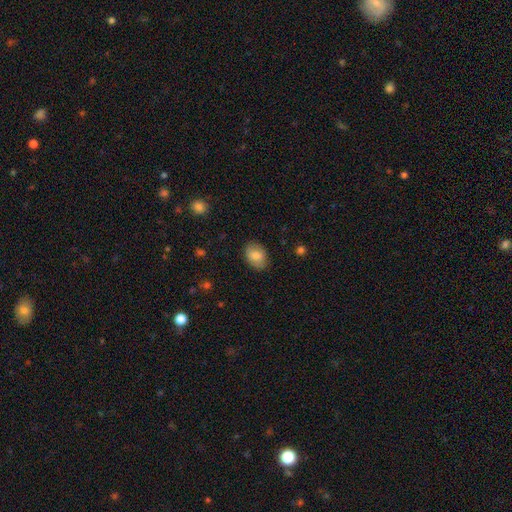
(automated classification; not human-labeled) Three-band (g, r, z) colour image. It shows a smooth galaxy with no disk features (81%) that is in between round and cigar-shaped (78%). Merging: none (85%).